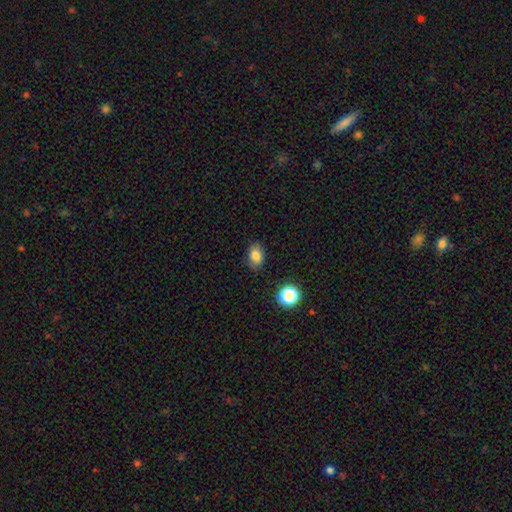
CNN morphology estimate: type=smooth (81%); roundness=in between (77%); merging=none (84%).